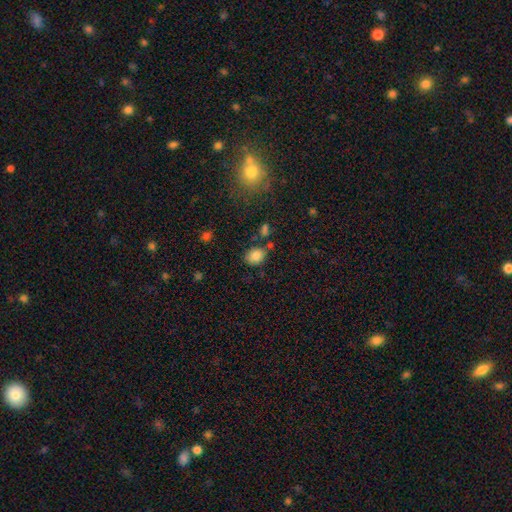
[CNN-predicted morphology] smooth_or_featured: smooth (p=0.84) [alt: star or artifact p=0.10]
how_rounded: in between (p=0.52) [alt: round p=0.47]
merging: none (p=0.69) [alt: minor disturbance p=0.16]